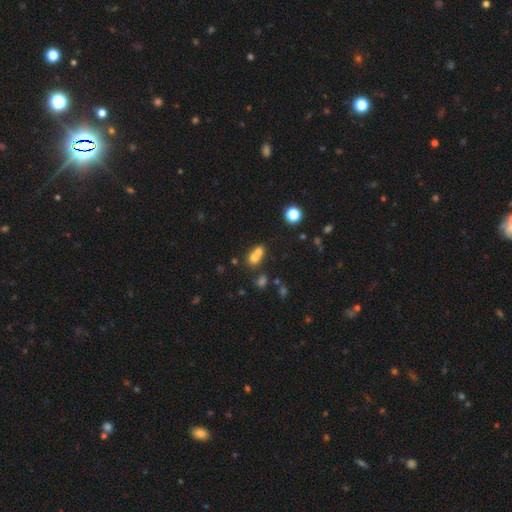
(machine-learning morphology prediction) A smooth galaxy with no disk features (68%) that is round (73%).

Vote fractions:
- Smooth or featured? smooth: 68% / featured or disk: 16% / star or artifact: 16%
- How rounded? round: 73% / in between: 26% / cigar-shaped: 1%
- Merging? merger: 63% / none: 29% / minor disturbance: 6% / major disturbance: 3%